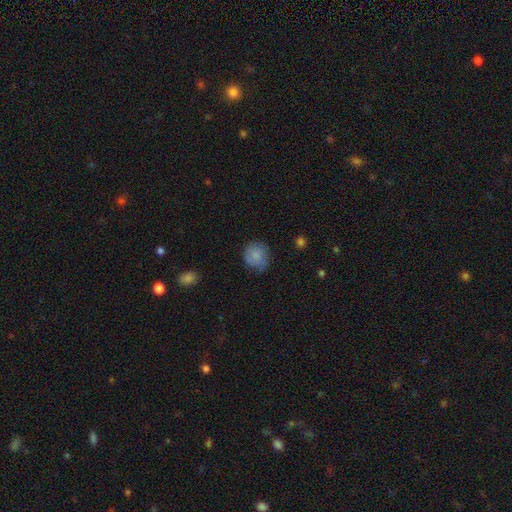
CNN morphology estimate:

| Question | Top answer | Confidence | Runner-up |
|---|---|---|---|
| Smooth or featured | smooth | 77% | featured or disk (15%) |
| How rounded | round | 79% | in between (20%) |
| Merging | none | 66% | minor disturbance (26%) |